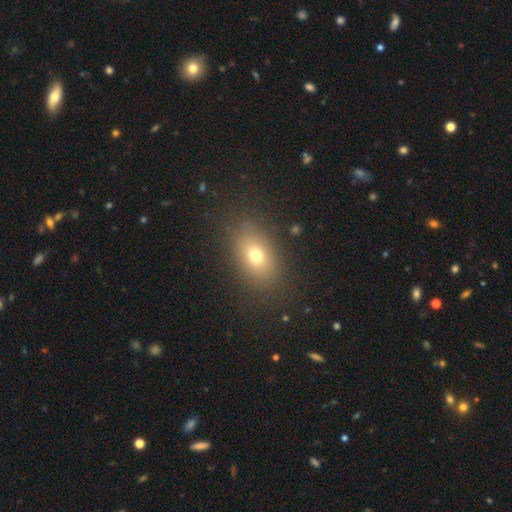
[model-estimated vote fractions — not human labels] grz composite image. It shows a smooth galaxy with no disk features (71%) that is in between round and cigar-shaped (74%). Merging: none (81%).